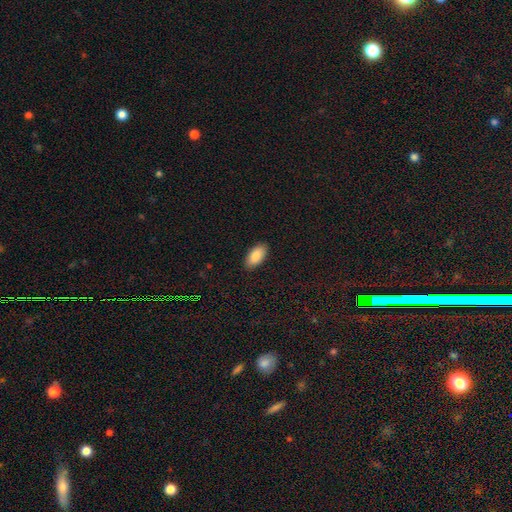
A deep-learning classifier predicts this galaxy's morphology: type=smooth (87%); roundness=in between (93%); merging=none (89%).